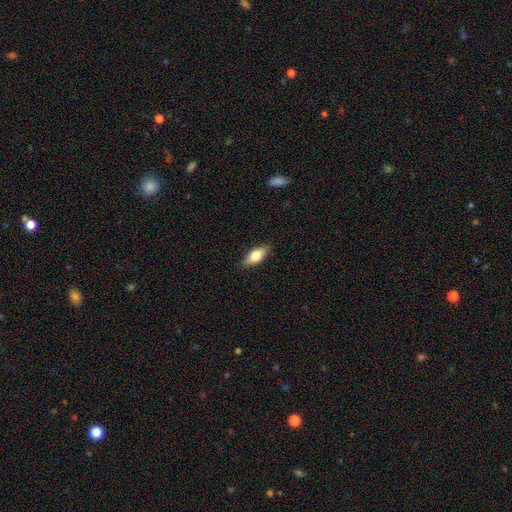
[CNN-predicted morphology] Smooth or featured? Predicted: smooth (p=0.68). How rounded? Predicted: in between (p=0.81). Merging? Predicted: none (p=0.85).